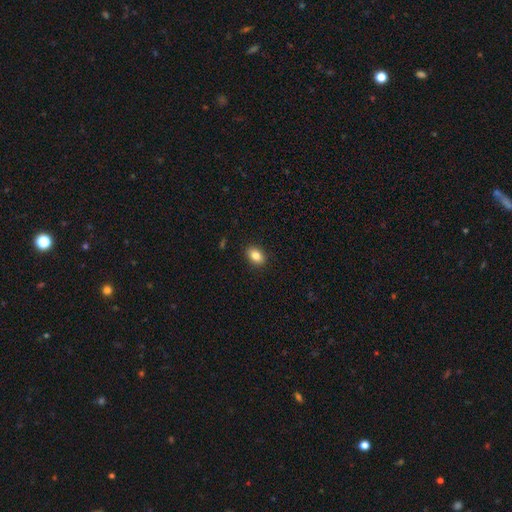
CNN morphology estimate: Smooth or featured?
  - smooth: 84% *
  - star or artifact: 9%
  - featured or disk: 7%
How rounded?
  - in between: 80% *
  - round: 18%
  - cigar-shaped: 1%
Merging?
  - none: 90% *
  - minor disturbance: 8%
  - major disturbance: 2%
  - merger: 1%